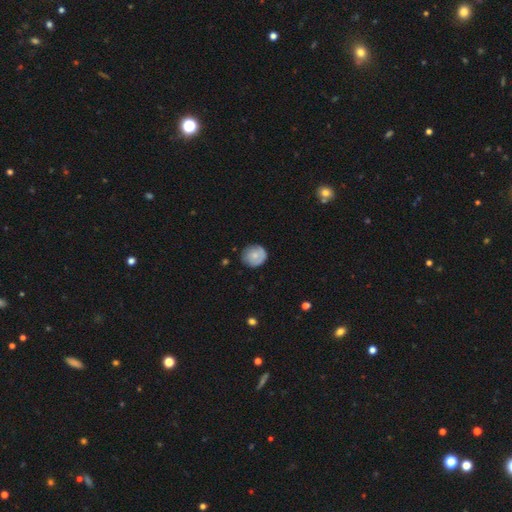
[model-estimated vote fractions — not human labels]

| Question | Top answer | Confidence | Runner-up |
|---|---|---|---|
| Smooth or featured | smooth | 70% | featured or disk (23%) |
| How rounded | round | 87% | in between (12%) |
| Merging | none | 76% | minor disturbance (19%) |